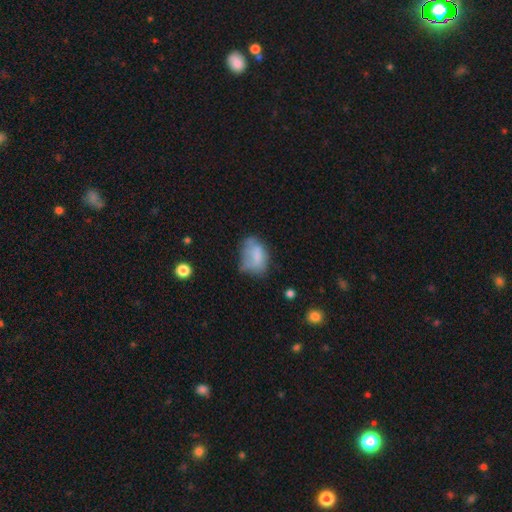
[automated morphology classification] Smooth or featured?
  - smooth: 68% *
  - featured or disk: 22%
  - star or artifact: 10%
How rounded?
  - in between: 82% *
  - round: 16%
  - cigar-shaped: 2%
Merging?
  - none: 36% *
  - minor disturbance: 35%
  - major disturbance: 22%
  - merger: 7%